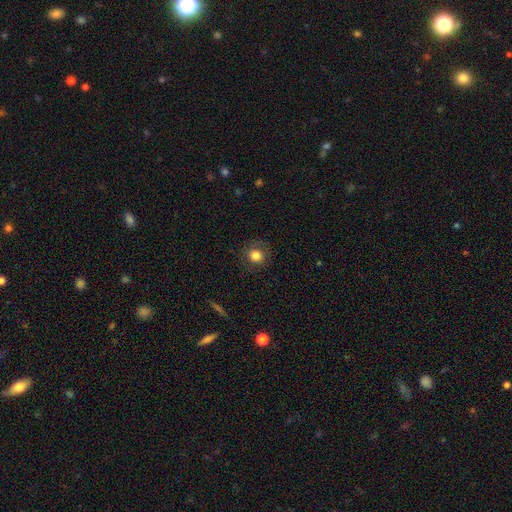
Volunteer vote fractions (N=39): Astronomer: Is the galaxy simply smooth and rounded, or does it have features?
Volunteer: smooth — 82%.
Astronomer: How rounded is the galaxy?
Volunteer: round — 91%.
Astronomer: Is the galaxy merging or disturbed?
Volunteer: none — 80%.